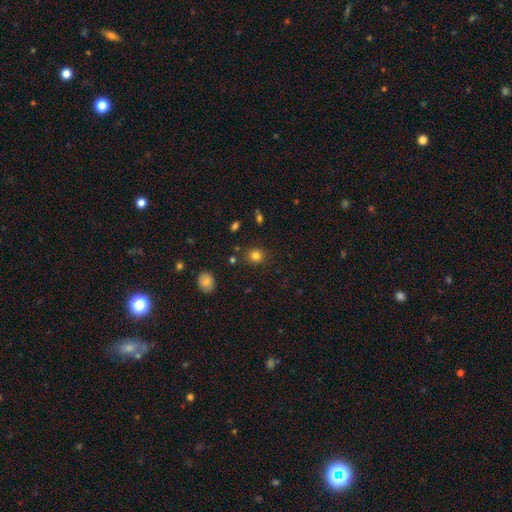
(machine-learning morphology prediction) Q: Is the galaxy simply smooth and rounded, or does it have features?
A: smooth — 82%.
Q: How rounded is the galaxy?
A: round — 80%.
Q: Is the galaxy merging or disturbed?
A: none — 85%.